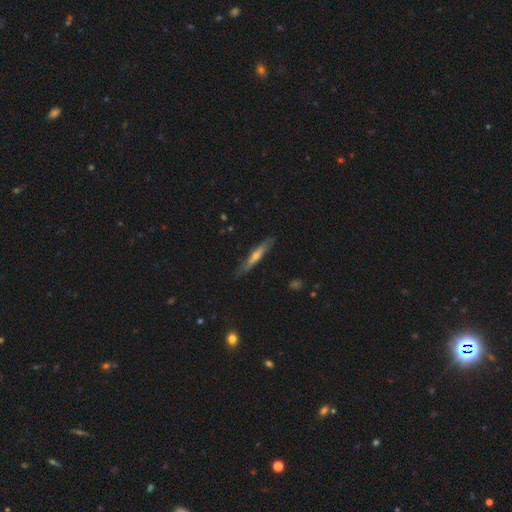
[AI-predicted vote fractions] Overall: featured or disk (56%; smooth 38%). Edge-on disk: yes (89%). Edge-on bulge: rounded (71%). Merging: none (82%).